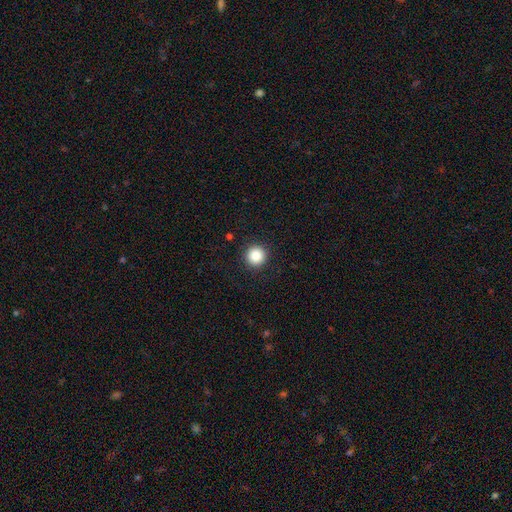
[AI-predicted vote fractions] Overall: smooth (87%). How rounded: round (96%). Merging: none (92%).